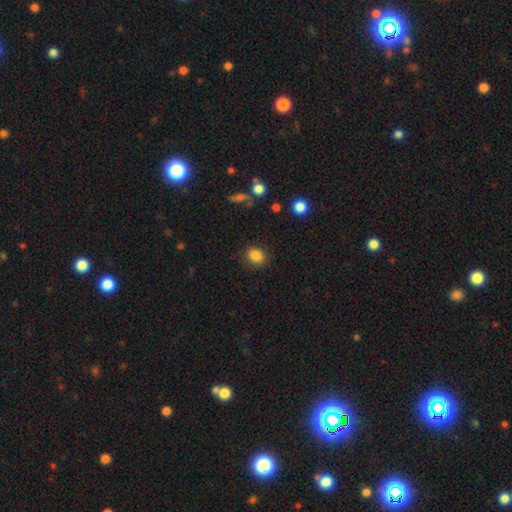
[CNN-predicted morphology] smooth 86%, star or artifact 10%, featured or disk 4%. Down the decision tree: how rounded — round (50%); merging — none (85%).